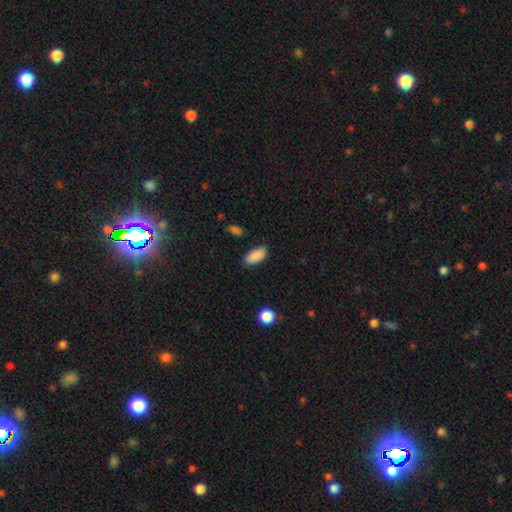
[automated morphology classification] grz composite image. It shows a smooth galaxy with no disk features (89%) that is in between round and cigar-shaped (91%). Merging: none (81%).